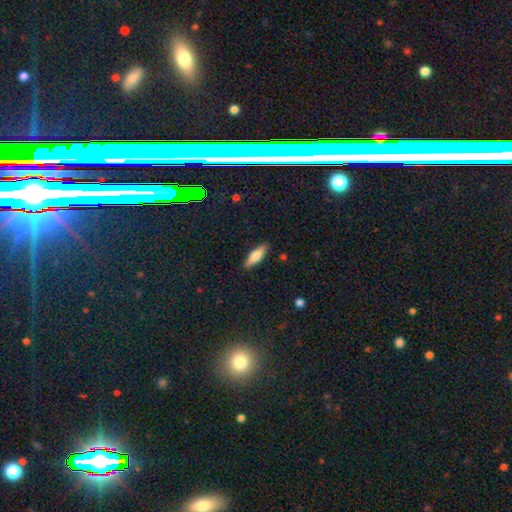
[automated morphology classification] This appears to be a smooth galaxy with no disk features (65%) that is cigar-shaped (53%). Merging: none (89%).